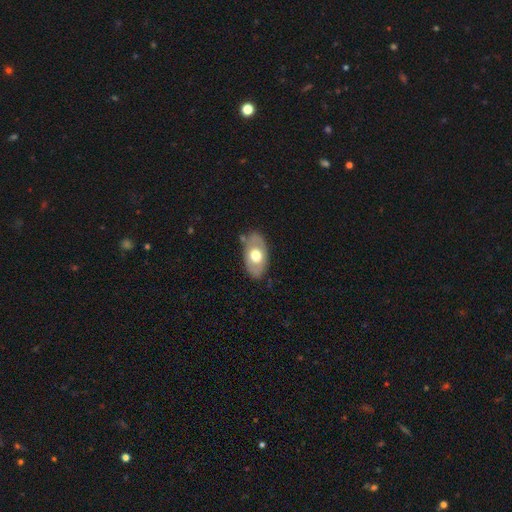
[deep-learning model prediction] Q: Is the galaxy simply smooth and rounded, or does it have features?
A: smooth — 53%.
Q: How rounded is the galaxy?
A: in between — 90%.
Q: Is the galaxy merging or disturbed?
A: none — 77%.